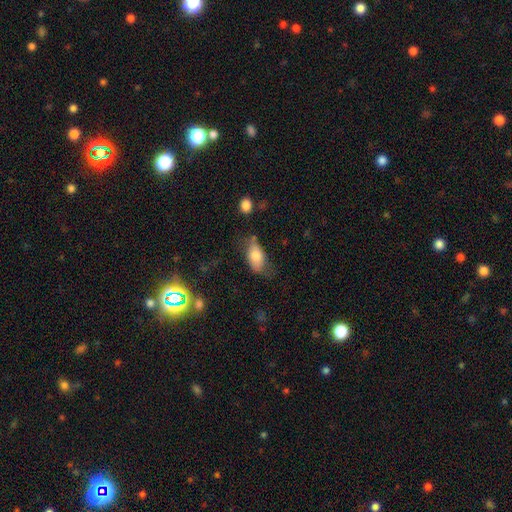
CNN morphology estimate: This is likely a smooth galaxy (75%). How rounded: clearly in between (89%). Merging: possibly none (53%).